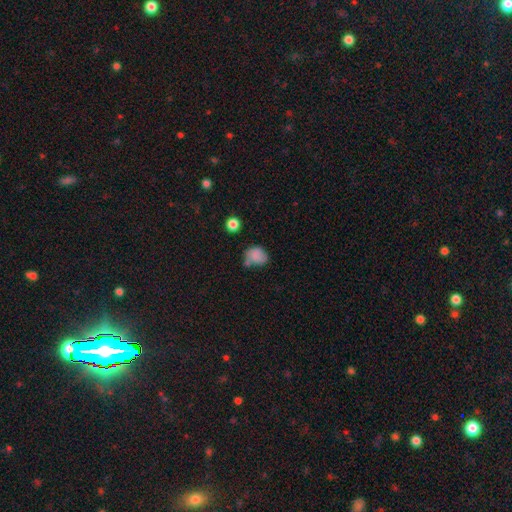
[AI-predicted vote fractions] smooth-or-featured: smooth: 79% | star or artifact: 11% | featured or disk: 11%
  how-rounded: round: 51% | in between: 48% | cigar-shaped: 1%
  merging: none: 45% | minor disturbance: 28% | merger: 15% | major disturbance: 12%